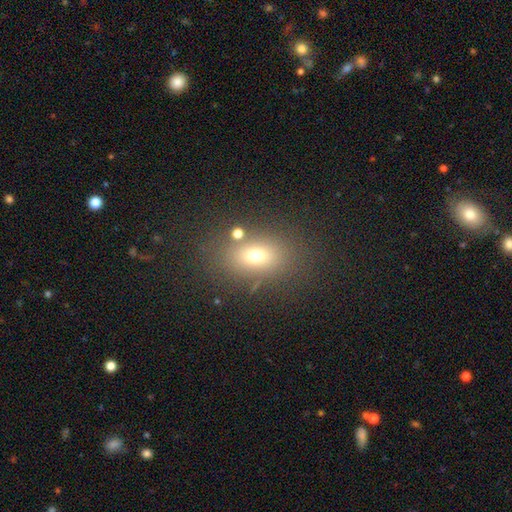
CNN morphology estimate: Smooth or featured? Predicted: smooth (p=0.68). How rounded? Predicted: in between (p=0.71). Merging? Predicted: none (p=0.75).